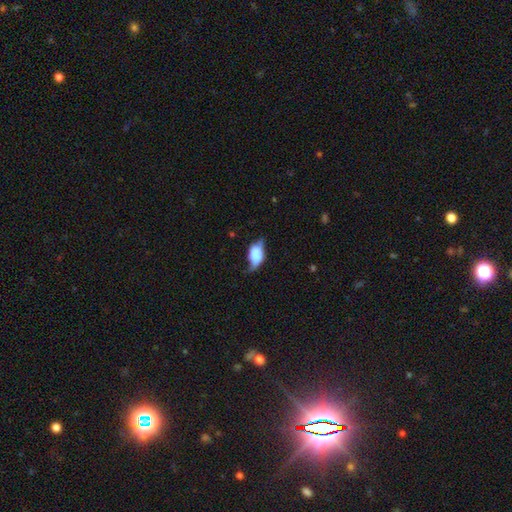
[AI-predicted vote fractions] Overall: smooth (59%; featured or disk 32%). How rounded: in between (87%). Merging: minor disturbance (36%; none 35%).